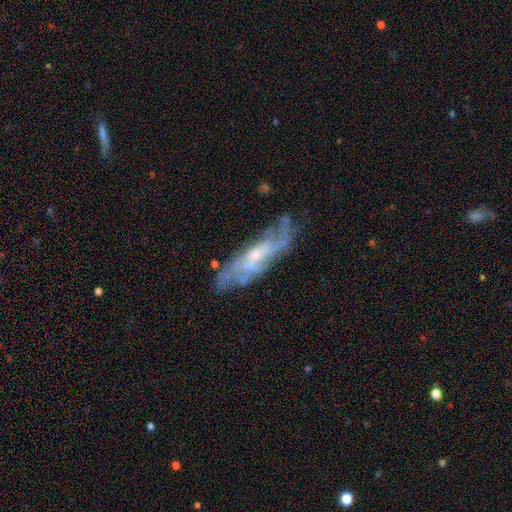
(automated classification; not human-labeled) Smooth or featured? Predicted: featured or disk (p=0.79). Edge-on disk? Predicted: no (p=0.76). Bar? Predicted: no (p=0.59). Spiral arms? Predicted: yes (p=0.89). Spiral winding? Predicted: tight (p=0.40, tied with medium). Spiral arm count? Predicted: can't tell (p=0.46). Bulge size? Predicted: small (p=0.53). Merging? Predicted: none (p=0.67).